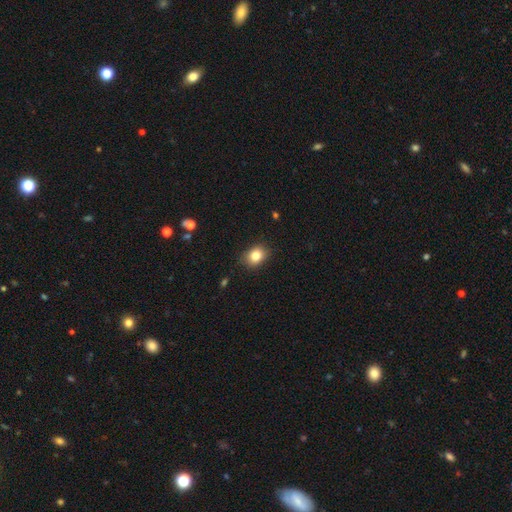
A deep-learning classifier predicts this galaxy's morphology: smooth_or_featured: smooth (p=0.83) [alt: star or artifact p=0.10]
how_rounded: in between (p=0.55) [alt: round p=0.44]
merging: none (p=0.85) [alt: minor disturbance p=0.12]